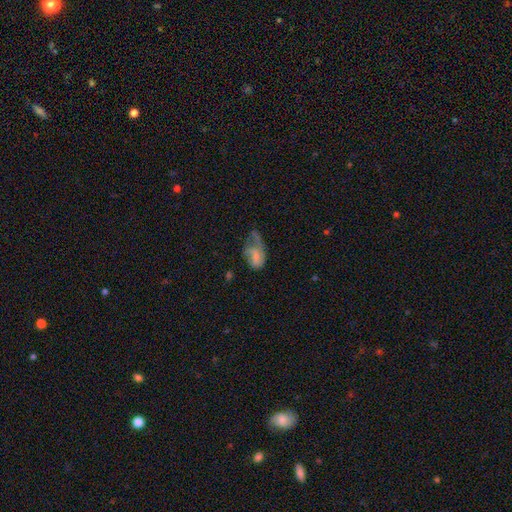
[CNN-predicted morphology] Overall: smooth (51%; featured or disk 39%). How rounded: in between (87%). Merging: major disturbance (51%; minor disturbance 24%).